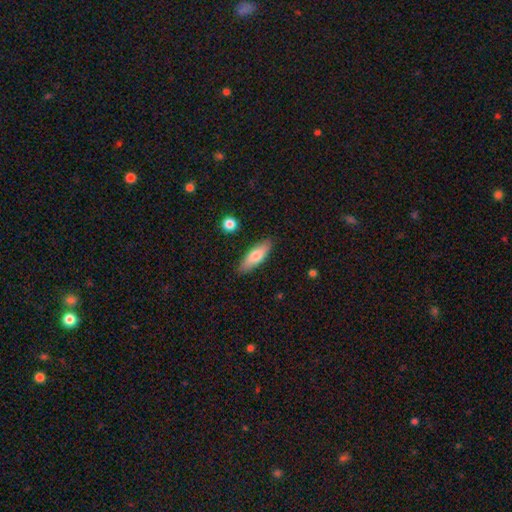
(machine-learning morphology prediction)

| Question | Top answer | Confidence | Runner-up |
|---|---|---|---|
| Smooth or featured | smooth | 73% | featured or disk (21%) |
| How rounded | in between | 58% | cigar-shaped (39%) |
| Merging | none | 87% | minor disturbance (10%) |